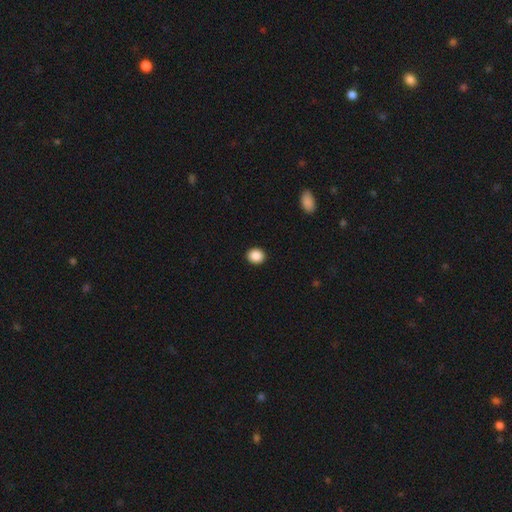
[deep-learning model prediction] Smooth or featured? smooth (89%)
How rounded? round (77%)
Merging? none (93%)